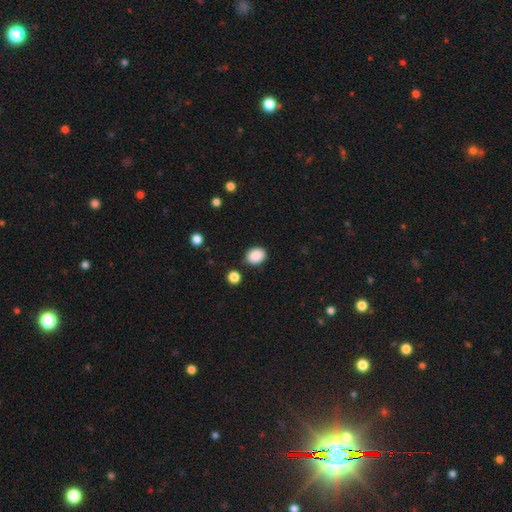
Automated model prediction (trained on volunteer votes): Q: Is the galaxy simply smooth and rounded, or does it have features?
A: smooth — 88%.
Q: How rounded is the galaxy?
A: in between — 55%.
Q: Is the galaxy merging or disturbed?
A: none — 83%.